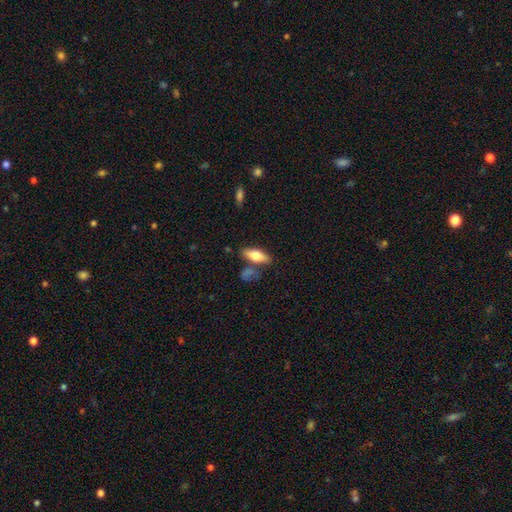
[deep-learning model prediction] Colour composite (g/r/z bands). It shows a smooth galaxy with no disk features (66%) that is in between round and cigar-shaped (69%). Merging: none (69%).